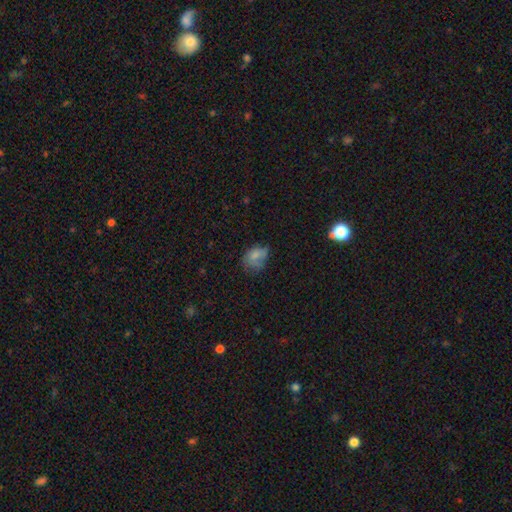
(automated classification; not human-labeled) Smooth or featured? smooth (68%)
How rounded? in between (71%)
Merging? none (39%)